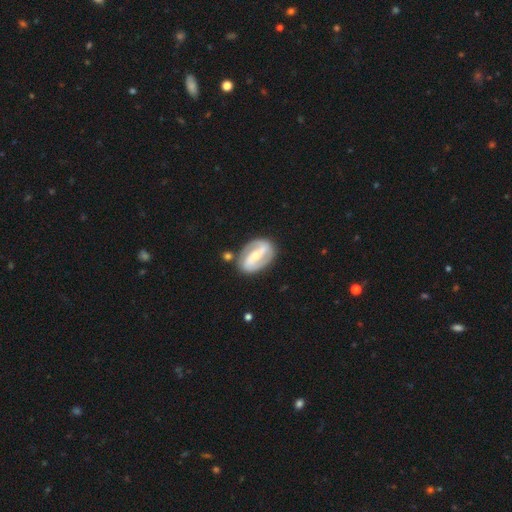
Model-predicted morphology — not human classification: The model was most divided on "spiral winding": medium: 43%, tight: 36%, loose: 21%. More confident: edge-on disk — no (96%); spiral arms — yes (91%); spiral arm count — 2 (90%); smooth or featured — featured or disk (84%); merging — none (80%); bar — strong (58%); bulge size — small (53%).